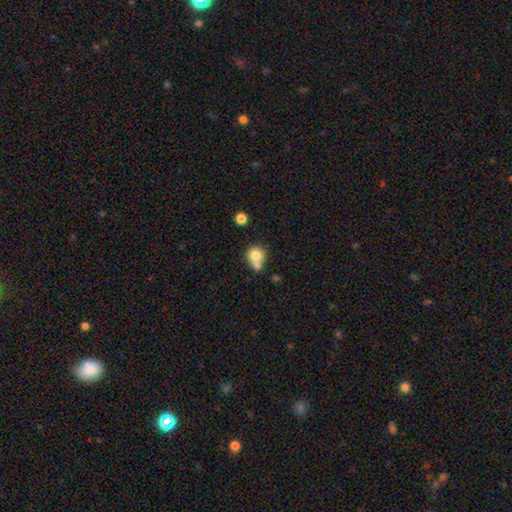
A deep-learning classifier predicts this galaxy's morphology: smooth_or_featured: smooth (p=0.77) [alt: featured or disk p=0.13]
how_rounded: round (p=0.79) [alt: in between p=0.20]
merging: merger (p=0.43) [alt: none p=0.37]